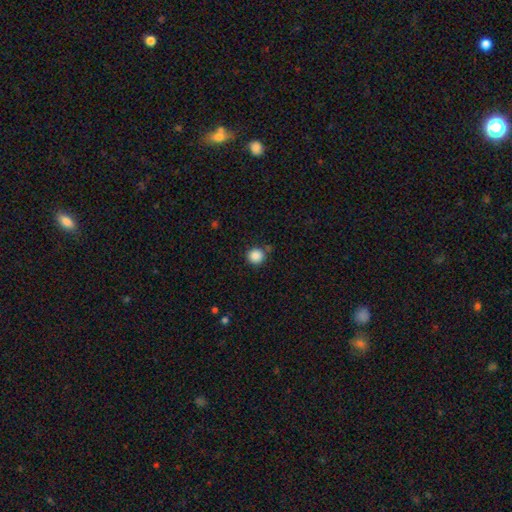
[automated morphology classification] A smooth galaxy with no disk features (87%) that is round (93%). Merging: none (80%).